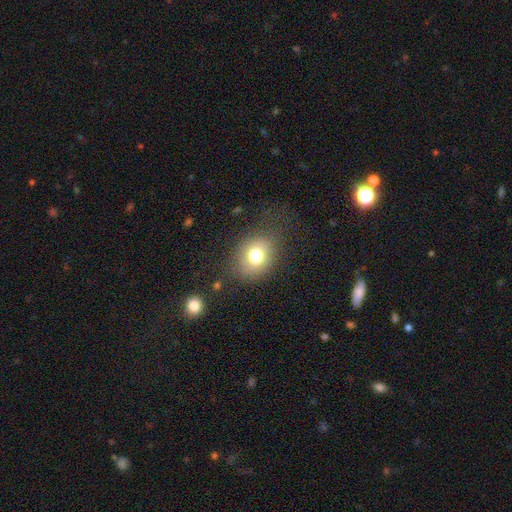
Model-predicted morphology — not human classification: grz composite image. It shows a smooth galaxy with no disk features (73%) that is in between round and cigar-shaped (50%). Merging: none (73%).